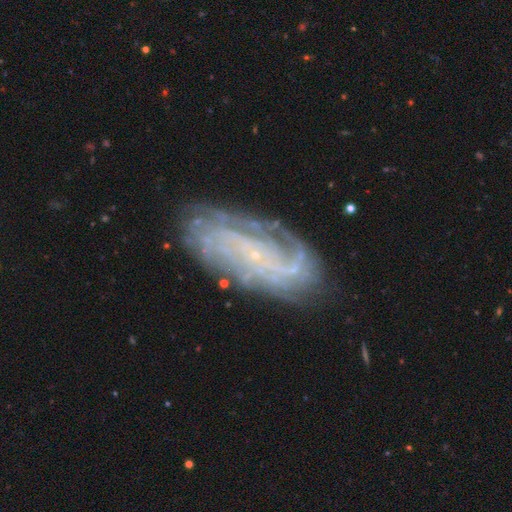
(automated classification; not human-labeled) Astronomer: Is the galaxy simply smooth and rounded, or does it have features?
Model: featured or disk — 84%.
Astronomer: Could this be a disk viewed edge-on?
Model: no — 93%.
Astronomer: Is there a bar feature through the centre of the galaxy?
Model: no — 67%.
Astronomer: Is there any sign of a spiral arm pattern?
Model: yes — 94%.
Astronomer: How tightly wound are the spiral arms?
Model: tight — 59%.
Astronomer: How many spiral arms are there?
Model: can't tell — 35% (runner-up: 2, 21%).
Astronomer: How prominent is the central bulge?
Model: small — 87%.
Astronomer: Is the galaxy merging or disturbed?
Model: none — 75%.